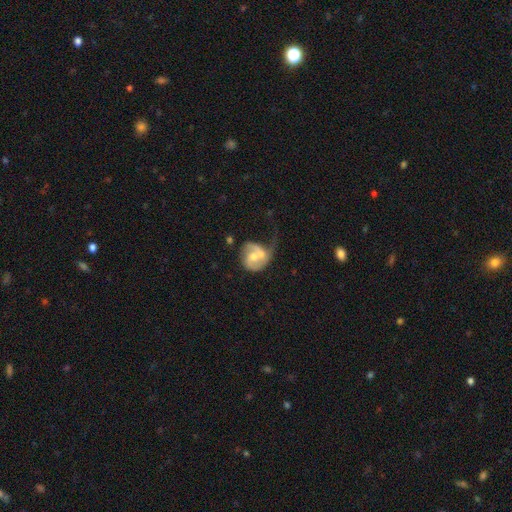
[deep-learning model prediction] featured or disk 66%, smooth 27%, star or artifact 7%. Down the decision tree: edge-on disk — no (97%); bar — no (61%); spiral arms — yes (79%); spiral arm count — 2 (56%); spiral winding — medium (41%); bulge size — moderate (58%); merging — merger (34%).